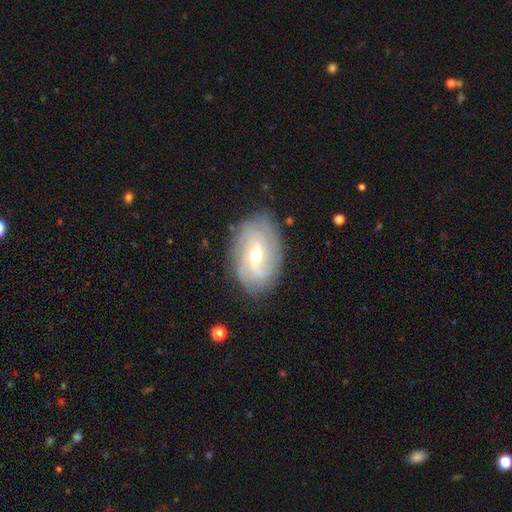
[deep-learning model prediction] A featured or disk galaxy (81%) with a weak bar (52%), 2 (33%, tied with can't tell) tight (54%) spiral arms (92%) and a moderate central bulge (60%).

Vote fractions:
- Smooth or featured? featured or disk: 81% / smooth: 13% / star or artifact: 6%
- Edge-on disk? no: 95% / yes: 5%
- Bar? weak: 52% / no: 24% / strong: 24%
- Spiral arms? yes: 92% / no: 8%
- Spiral winding? tight: 54% / medium: 31% / loose: 15%
- Spiral arm count? 2: 33% (tied) / can't tell: 33% (tied) / 3: 17% / 4: 8% / 1: 4% / more than 4: 4%
- Bulge size? moderate: 60% / small: 36% / large: 3% / none: 1% / dominant: 1%
- Merging? none: 80% / minor disturbance: 15% / major disturbance: 4% / merger: 1%